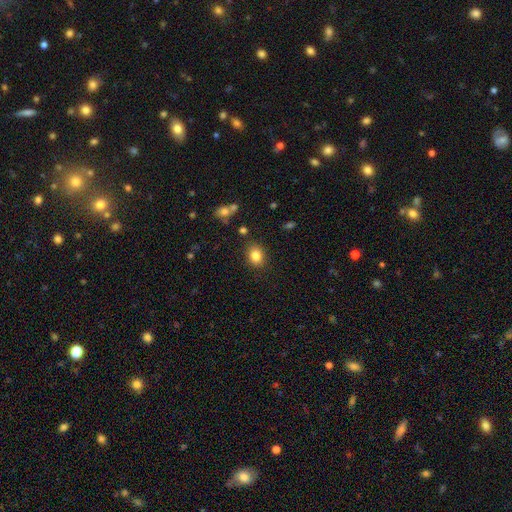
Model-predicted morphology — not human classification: The model was most divided on "how rounded": in between: 52%, round: 47%, cigar-shaped: 1%. More confident: merging — none (85%); smooth or featured — smooth (83%).